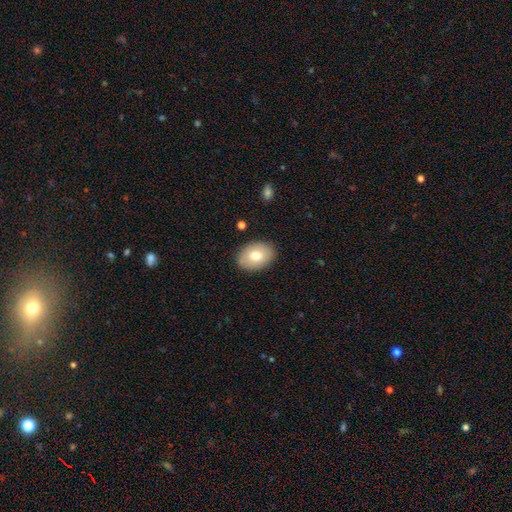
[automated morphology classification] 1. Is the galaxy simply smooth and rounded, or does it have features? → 74% smooth, 19% featured or disk, 7% star or artifact.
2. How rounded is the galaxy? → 80% in between, 20% round, 1% cigar-shaped.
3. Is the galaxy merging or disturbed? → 87% none, 10% minor disturbance, 2% major disturbance, 1% merger.